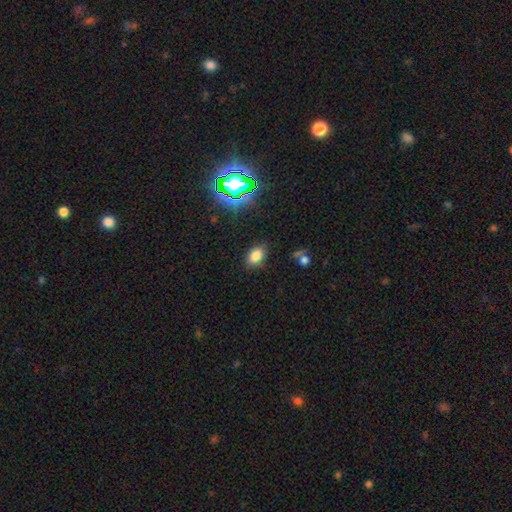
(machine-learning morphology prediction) Q: Smooth or featured?
A: smooth (78%); runner-up: star or artifact (15%)
Q: How rounded?
A: in between (84%); runner-up: round (15%)
Q: Merging?
A: none (86%); runner-up: minor disturbance (10%)